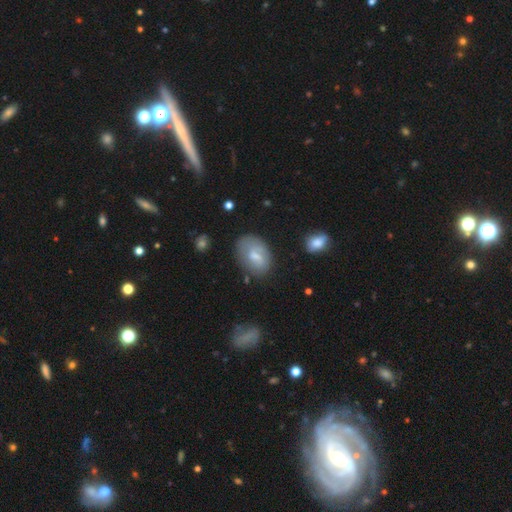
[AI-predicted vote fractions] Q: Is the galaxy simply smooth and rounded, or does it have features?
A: smooth — 55%.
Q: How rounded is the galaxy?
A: in between — 84%.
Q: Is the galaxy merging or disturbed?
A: none — 61%.